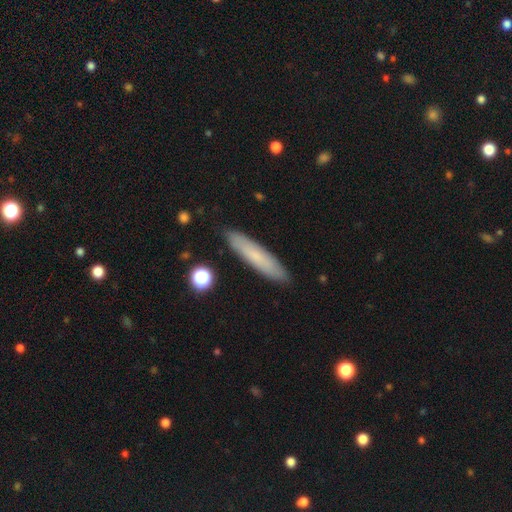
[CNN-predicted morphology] smooth 70%, featured or disk 23%, star or artifact 7%. Down the decision tree: how rounded — cigar-shaped (85%); merging — none (89%).